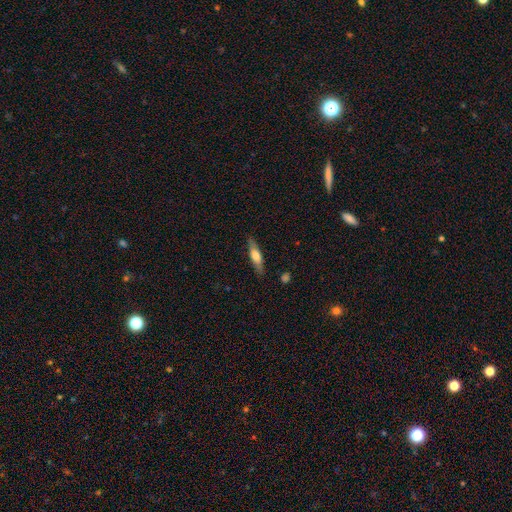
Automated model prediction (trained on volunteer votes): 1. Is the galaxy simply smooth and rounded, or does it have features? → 59% smooth, 35% featured or disk, 6% star or artifact.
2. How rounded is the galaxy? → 69% cigar-shaped, 29% in between, 2% round.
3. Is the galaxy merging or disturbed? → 84% none, 12% minor disturbance, 3% major disturbance, 1% merger.